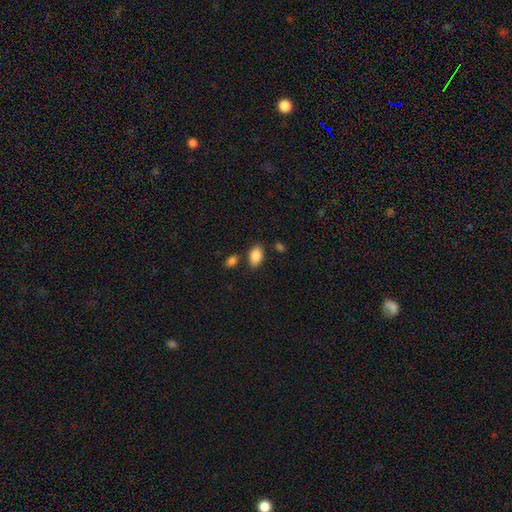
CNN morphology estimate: Smooth or featured? Predicted: smooth (p=0.86). How rounded? Predicted: in between (p=0.89). Merging? Predicted: none (p=0.79).